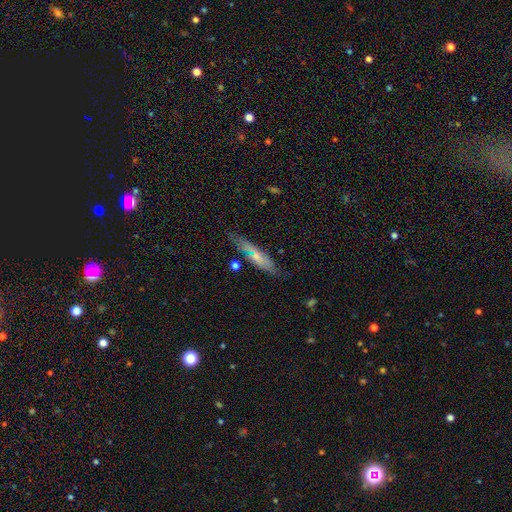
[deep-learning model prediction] smooth 60%, featured or disk 33%, star or artifact 7%. Down the decision tree: how rounded — cigar-shaped (78%); merging — none (76%).